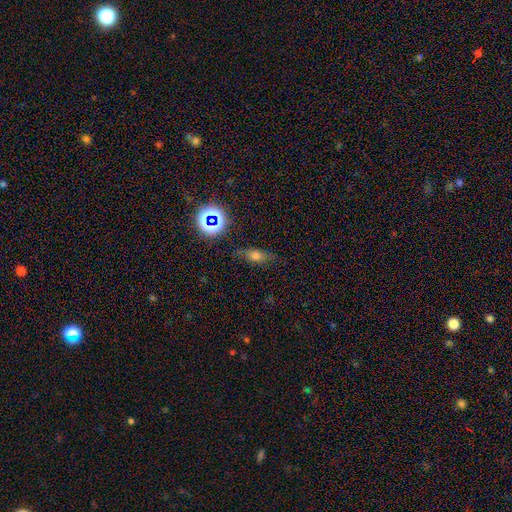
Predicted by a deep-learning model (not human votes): Morphology: type=smooth (61%); roundness=in between (66%); merging=none (74%).